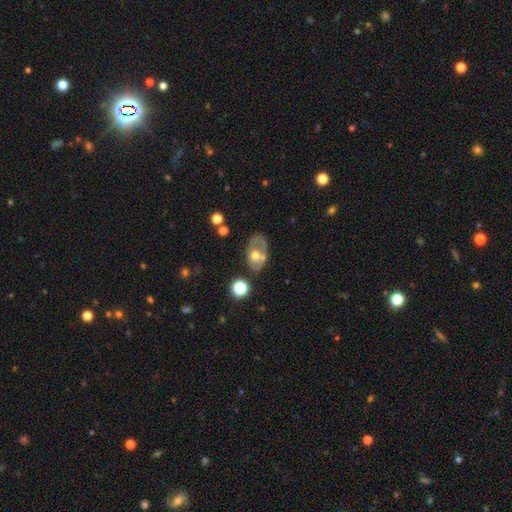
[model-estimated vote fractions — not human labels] A featured or disk galaxy (47%). Merging: none (51%).